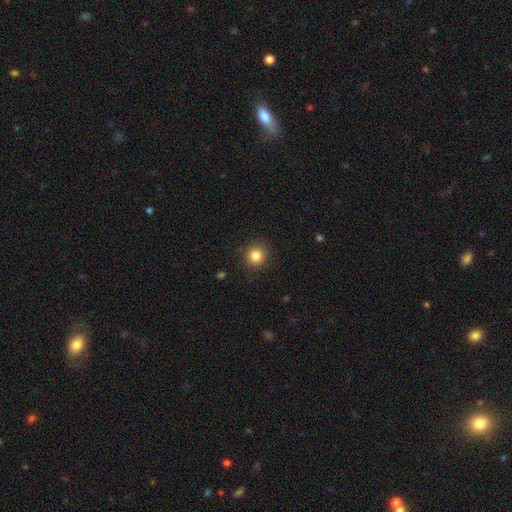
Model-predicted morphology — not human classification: Overall: smooth (85%). How rounded: round (90%). Merging: none (90%).